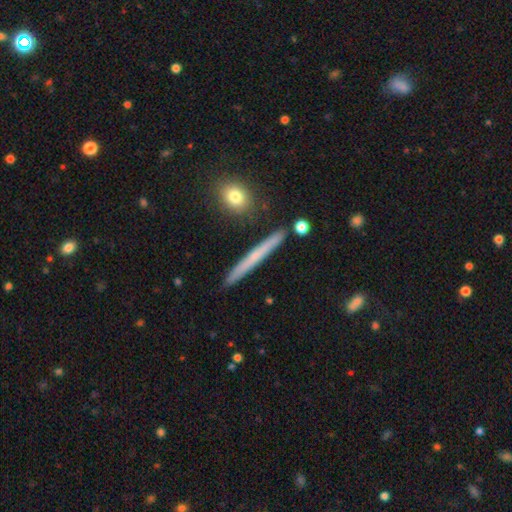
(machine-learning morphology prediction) This appears to be a smooth galaxy with no disk features (48%). Merging: none (89%).